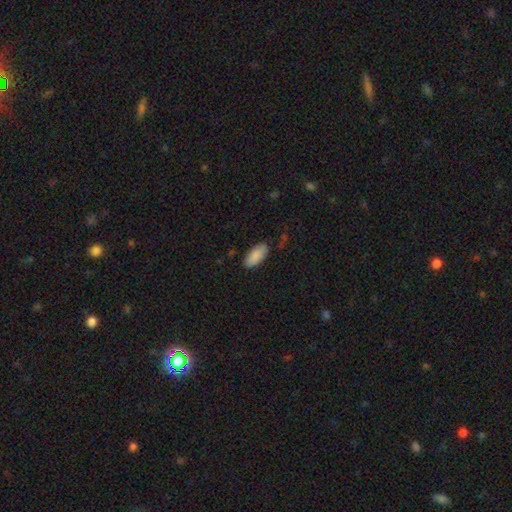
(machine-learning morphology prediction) This is clearly a smooth galaxy (88%). How rounded: clearly in between (89%). Merging: clearly none (82%).